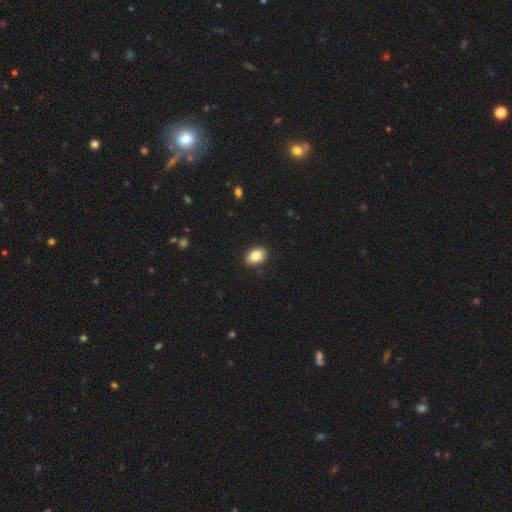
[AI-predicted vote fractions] This is clearly a smooth galaxy (84%). How rounded: likely in between (78%). Merging: clearly none (89%).